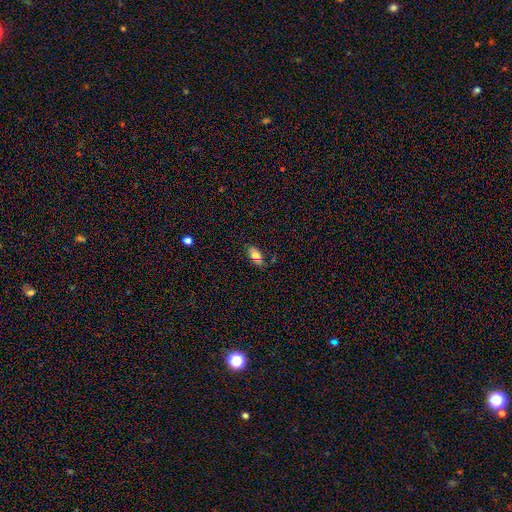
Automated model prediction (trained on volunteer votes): Smooth or featured?
  - smooth: 74% *
  - featured or disk: 17%
  - star or artifact: 9%
How rounded?
  - in between: 90% *
  - round: 6%
  - cigar-shaped: 4%
Merging?
  - none: 69% *
  - minor disturbance: 22%
  - major disturbance: 5%
  - merger: 4%